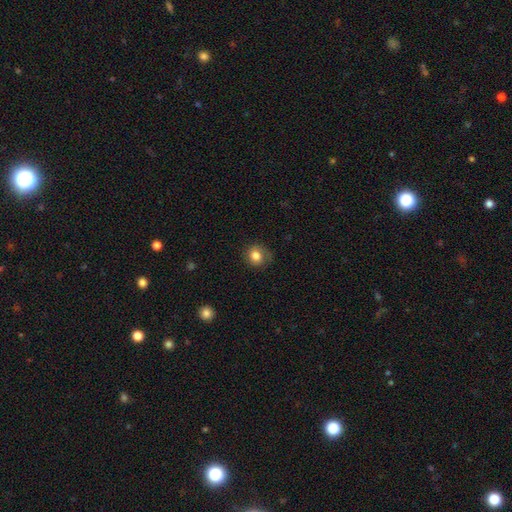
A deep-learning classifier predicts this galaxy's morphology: Smooth or featured?
  - smooth: 80% *
  - featured or disk: 10%
  - star or artifact: 10%
How rounded?
  - round: 76% *
  - in between: 23%
  - cigar-shaped: 1%
Merging?
  - none: 71% *
  - minor disturbance: 20%
  - major disturbance: 8%
  - merger: 1%